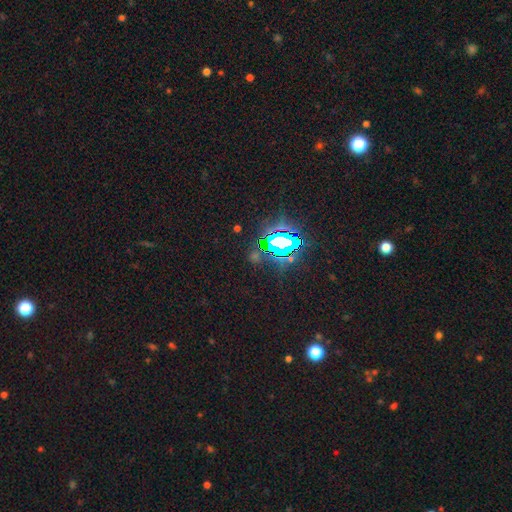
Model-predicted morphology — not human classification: Q: Smooth or featured?
A: star or artifact (77%); runner-up: smooth (14%)